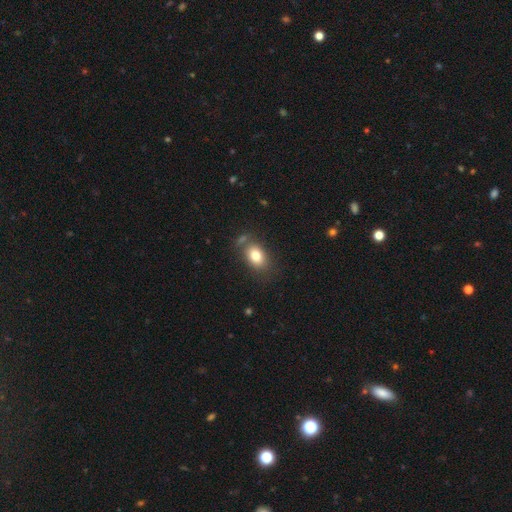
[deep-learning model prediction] A smooth galaxy with no disk features (81%) that is in between round and cigar-shaped (78%). Merging: none (70%).